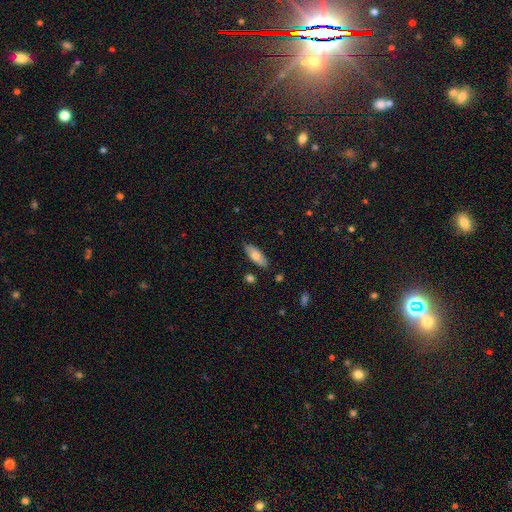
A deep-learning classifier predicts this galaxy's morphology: This appears to be a smooth galaxy with no disk features (71%) that is in between round and cigar-shaped (73%). Merging: none (83%).